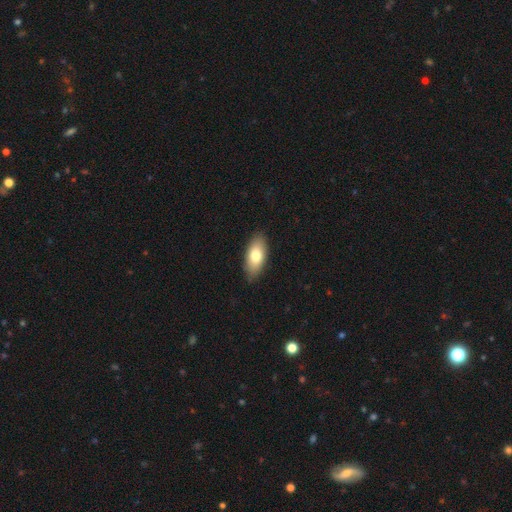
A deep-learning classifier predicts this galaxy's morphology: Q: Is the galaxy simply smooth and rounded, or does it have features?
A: smooth — 76%.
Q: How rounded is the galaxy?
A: in between — 88%.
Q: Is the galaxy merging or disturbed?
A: none — 86%.